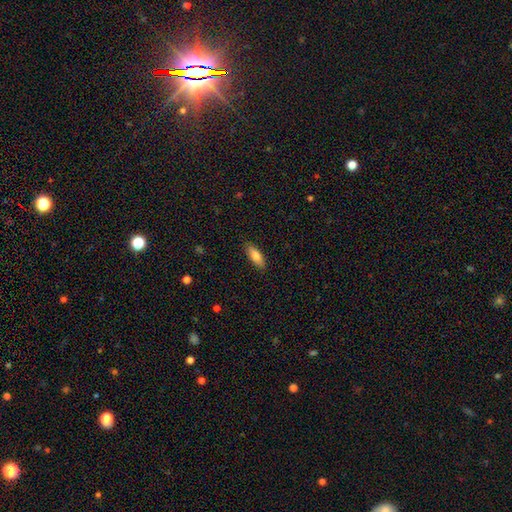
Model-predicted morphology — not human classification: Smooth or featured?
  - smooth: 82% *
  - featured or disk: 11%
  - star or artifact: 6%
How rounded?
  - in between: 70% *
  - cigar-shaped: 29%
  - round: 2%
Merging?
  - none: 87% *
  - minor disturbance: 10%
  - major disturbance: 2%
  - merger: 1%